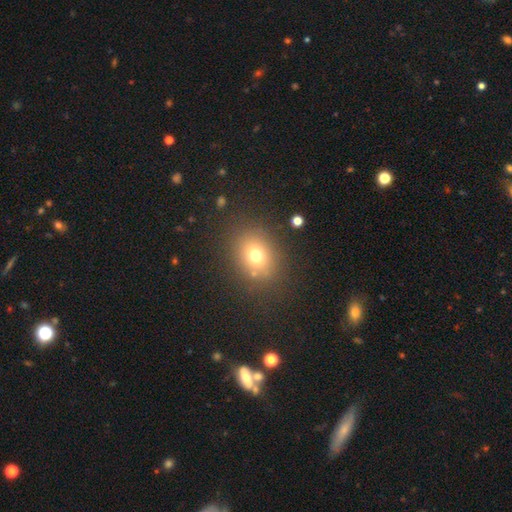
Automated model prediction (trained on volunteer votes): This appears to be a smooth galaxy with no disk features (72%) that is round (56%). Merging: none (82%).